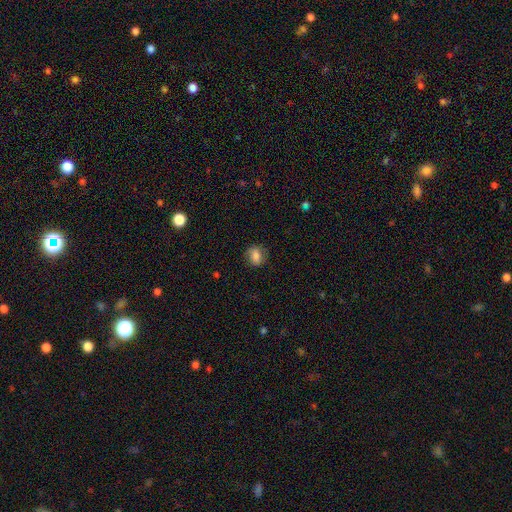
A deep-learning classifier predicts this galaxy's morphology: smooth_or_featured: smooth (p=0.74) [alt: featured or disk p=0.16]
how_rounded: in between (p=0.52) [alt: round p=0.46]
merging: none (p=0.77) [alt: minor disturbance p=0.16]